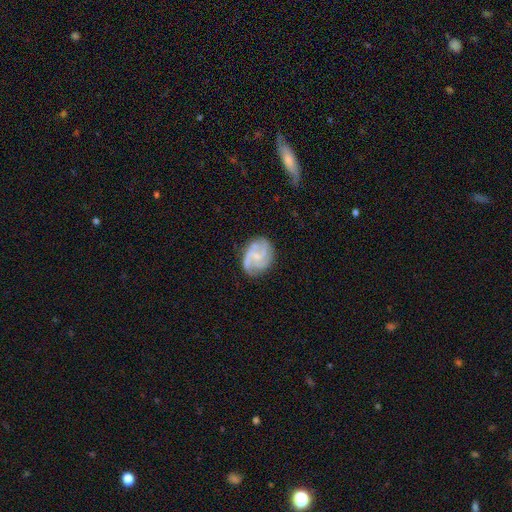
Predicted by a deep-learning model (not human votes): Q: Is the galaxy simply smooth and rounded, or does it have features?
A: featured or disk — 75%.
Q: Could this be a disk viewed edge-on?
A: no — 98%.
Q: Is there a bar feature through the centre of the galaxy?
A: no — 58%.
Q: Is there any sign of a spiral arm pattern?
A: yes — 93%.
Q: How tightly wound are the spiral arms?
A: medium — 48%.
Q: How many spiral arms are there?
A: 3 — 40%.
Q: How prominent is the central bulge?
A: small — 56%.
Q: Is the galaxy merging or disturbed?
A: none — 71%.